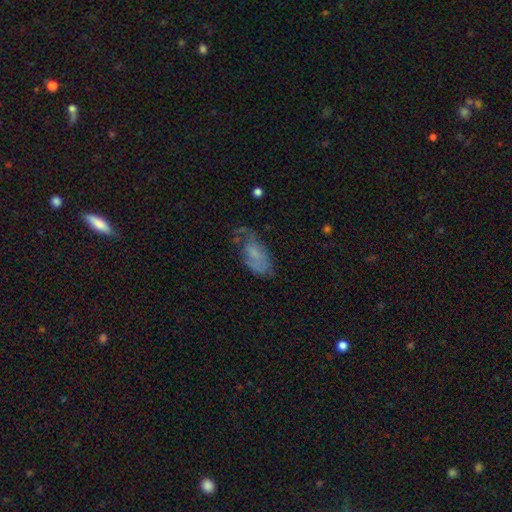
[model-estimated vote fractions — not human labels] Morphology: type=smooth (52%); roundness=in between (89%); merging=none (38%).